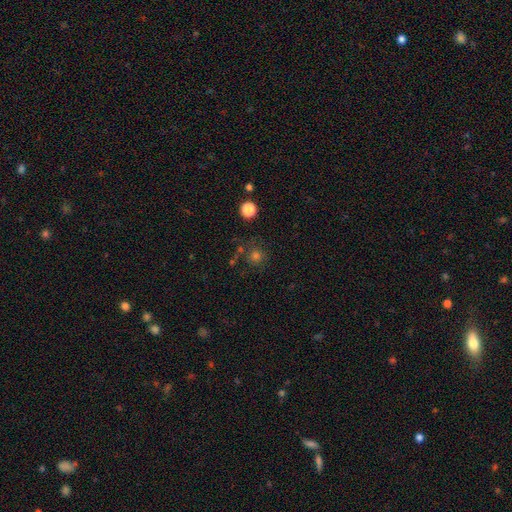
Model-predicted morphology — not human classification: Smooth or featured: smooth — 64% (star or artifact — 27%)
How rounded: round — 92% (in between — 7%)
Merging: none — 73% (minor disturbance — 12%)